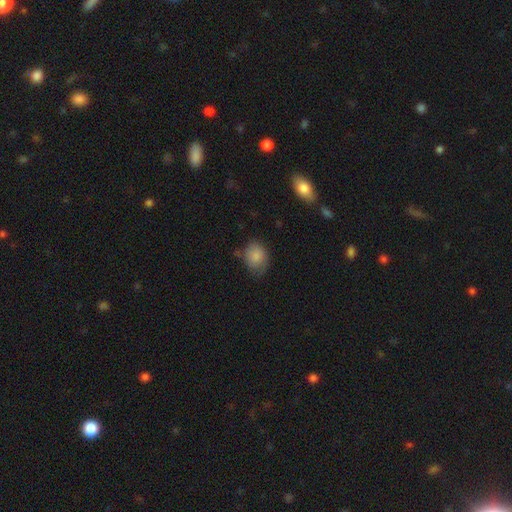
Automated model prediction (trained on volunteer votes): A smooth galaxy with no disk features (84%) that is round (50%).

Vote fractions:
- Smooth or featured? smooth: 84% / featured or disk: 8% / star or artifact: 8%
- How rounded? round: 50% / in between: 49% / cigar-shaped: 1%
- Merging? none: 58% / minor disturbance: 30% / major disturbance: 8% / merger: 3%